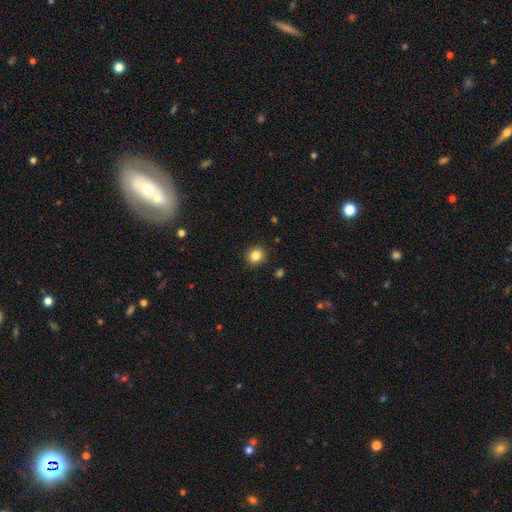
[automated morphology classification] This is clearly a smooth galaxy (84%). How rounded: clearly round (88%). Merging: clearly none (91%).